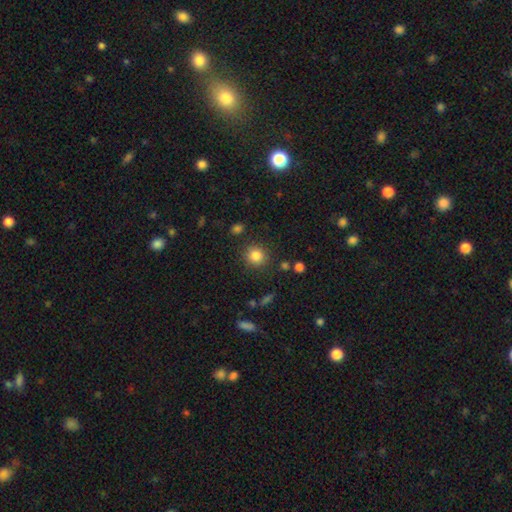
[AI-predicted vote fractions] Smooth or featured?
  - smooth: 83% *
  - star or artifact: 11%
  - featured or disk: 5%
How rounded?
  - round: 88% *
  - in between: 11%
  - cigar-shaped: 1%
Merging?
  - none: 86% *
  - minor disturbance: 8%
  - major disturbance: 3%
  - merger: 3%